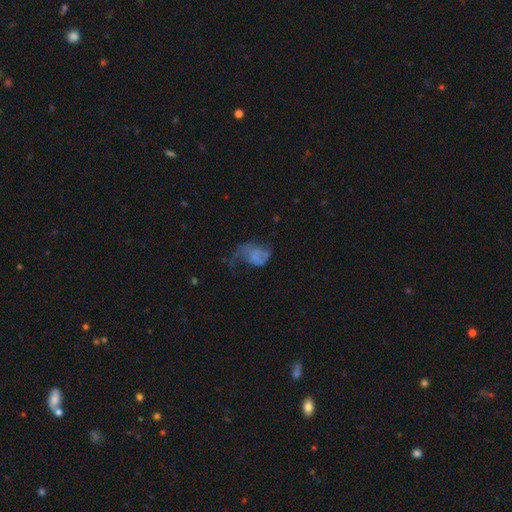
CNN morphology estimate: This is possibly a featured or disk galaxy (45%). Merging: possibly major disturbance (55%).